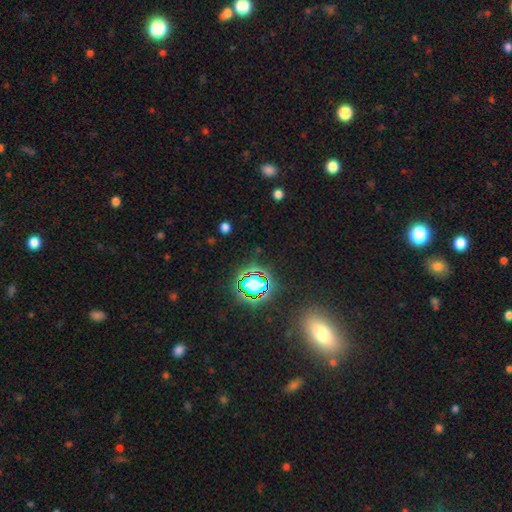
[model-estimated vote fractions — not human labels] smooth_or_featured: star or artifact (p=0.71) [alt: smooth p=0.19]